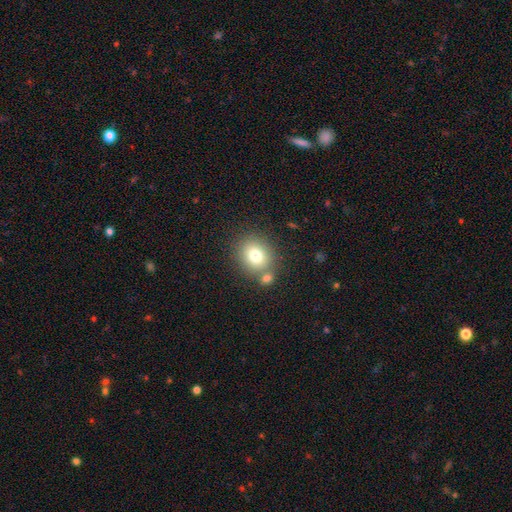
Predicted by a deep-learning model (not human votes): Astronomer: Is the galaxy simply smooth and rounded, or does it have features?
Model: smooth — 77%.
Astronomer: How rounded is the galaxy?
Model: round — 73%.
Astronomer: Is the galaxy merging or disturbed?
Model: none — 70%.